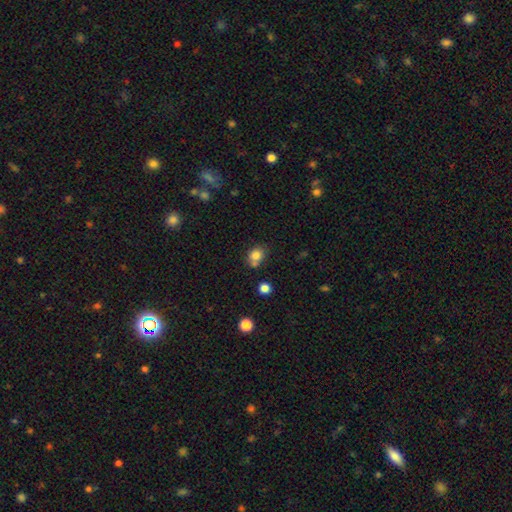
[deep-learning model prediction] Smooth or featured: smooth — 80% (star or artifact — 11%)
How rounded: round — 62% (in between — 37%)
Merging: none — 55% (merger — 24%)